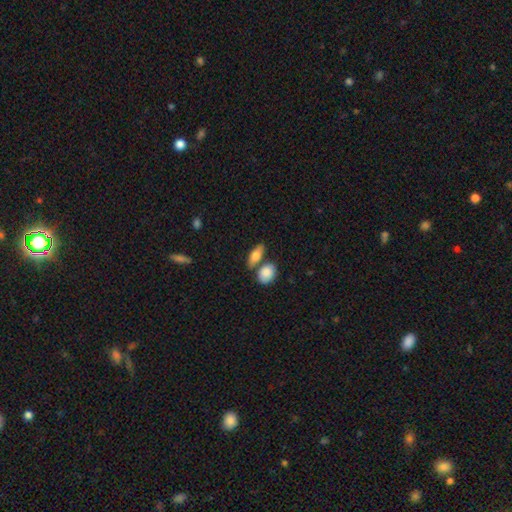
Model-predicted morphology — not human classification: Smooth or featured: smooth — 74% (featured or disk — 19%)
How rounded: in between — 72% (cigar-shaped — 19%)
Merging: none — 60% (merger — 24%)